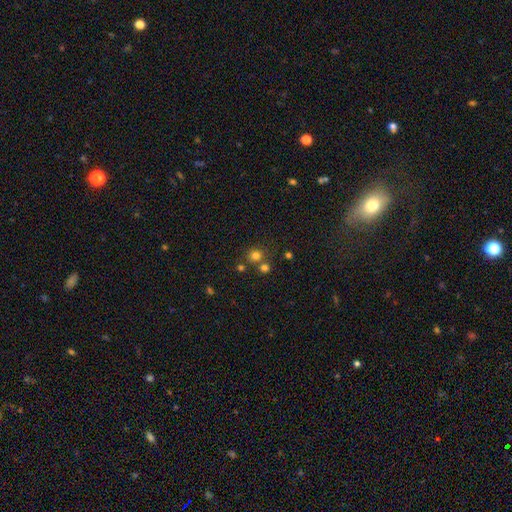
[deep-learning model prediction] The model was most divided on "merging": none: 66%, merger: 23%, minor disturbance: 8%, major disturbance: 3%. More confident: how rounded — round (86%); smooth or featured — smooth (75%).